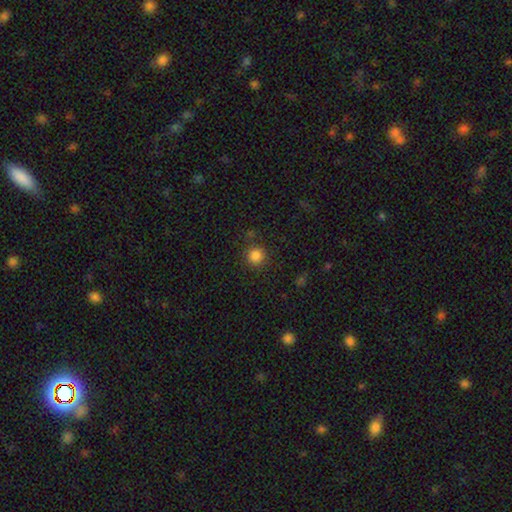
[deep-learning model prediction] Smooth or featured: smooth — 85% (star or artifact — 12%)
How rounded: round — 94% (in between — 5%)
Merging: none — 87% (minor disturbance — 8%)